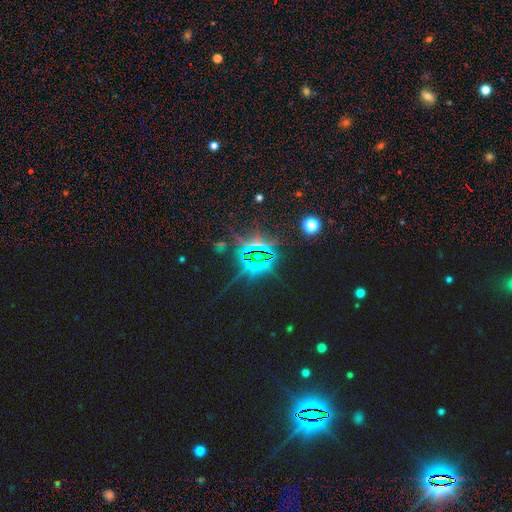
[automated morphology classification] A star or artifact, not a galaxy (83%).

Vote fractions:
- Smooth or featured? star or artifact: 83% / featured or disk: 9% / smooth: 8%